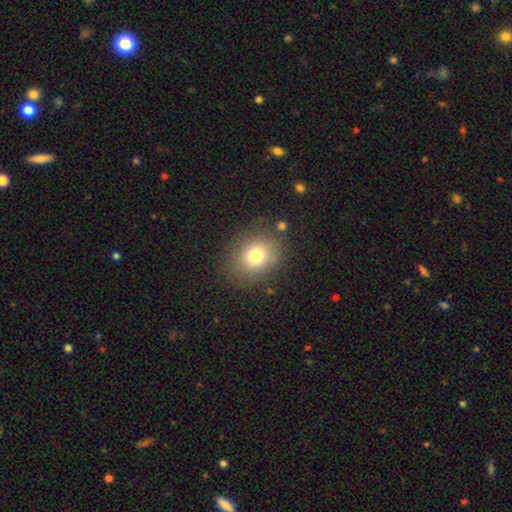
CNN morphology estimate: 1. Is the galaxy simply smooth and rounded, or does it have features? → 77% smooth, 12% star or artifact, 11% featured or disk.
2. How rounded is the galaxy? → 59% round, 40% in between, 1% cigar-shaped.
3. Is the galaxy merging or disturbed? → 81% none, 11% minor disturbance, 5% major disturbance, 3% merger.